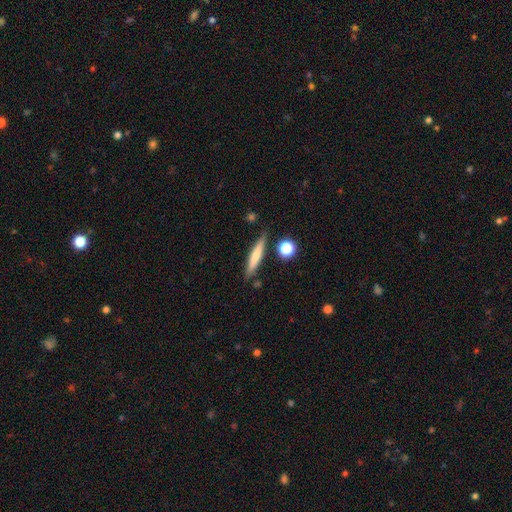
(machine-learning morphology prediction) Smooth or featured? smooth (63%)
How rounded? cigar-shaped (91%)
Merging? none (83%)